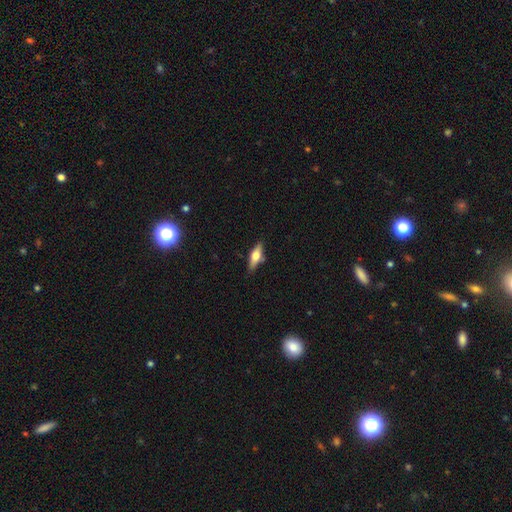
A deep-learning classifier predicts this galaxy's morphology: A smooth galaxy with no disk features (49%). Merging: none (82%).